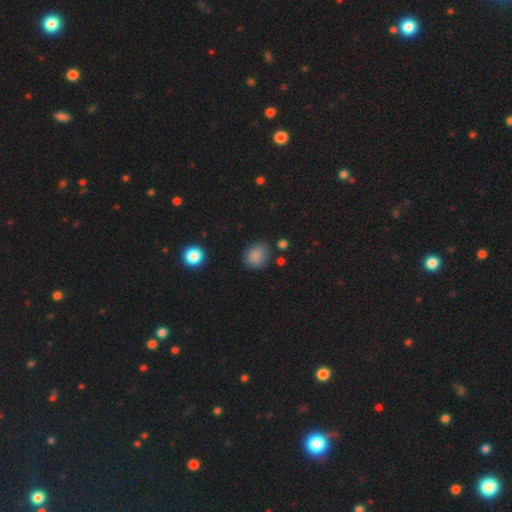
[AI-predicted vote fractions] Smooth or featured?
  - smooth: 85% *
  - star or artifact: 10%
  - featured or disk: 5%
How rounded?
  - round: 63% *
  - in between: 36%
  - cigar-shaped: 1%
Merging?
  - none: 75% *
  - minor disturbance: 18%
  - major disturbance: 4%
  - merger: 3%